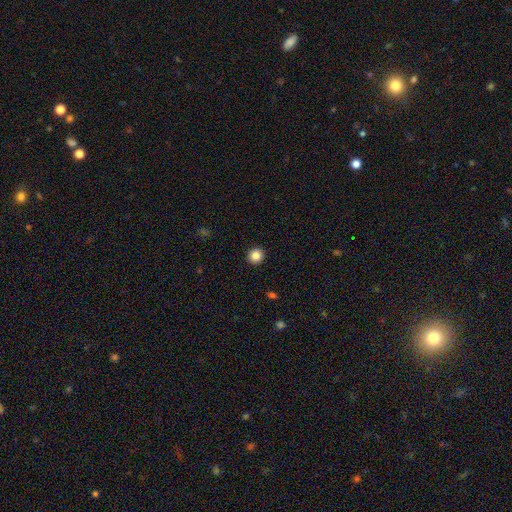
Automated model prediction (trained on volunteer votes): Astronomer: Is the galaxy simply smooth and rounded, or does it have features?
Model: smooth — 85%.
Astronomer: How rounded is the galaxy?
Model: round — 92%.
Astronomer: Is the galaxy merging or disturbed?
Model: none — 93%.